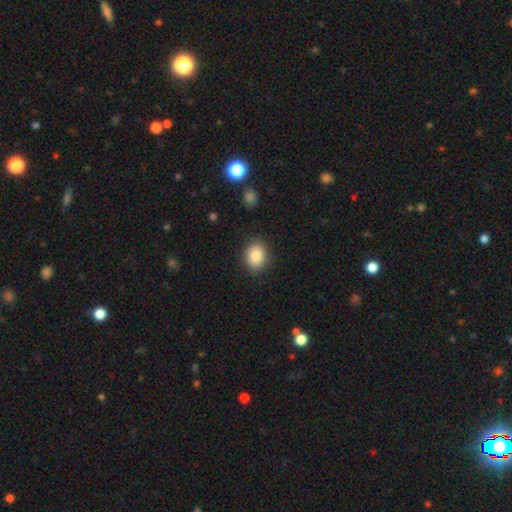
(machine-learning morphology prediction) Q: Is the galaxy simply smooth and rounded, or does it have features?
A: smooth — 86%.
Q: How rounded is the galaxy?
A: in between — 55%.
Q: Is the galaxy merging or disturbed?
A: none — 87%.